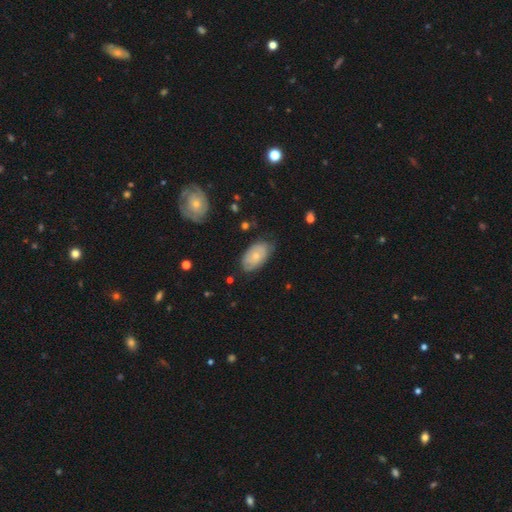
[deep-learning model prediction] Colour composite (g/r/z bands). It shows a smooth galaxy with no disk features (49%). Merging: none (67%).